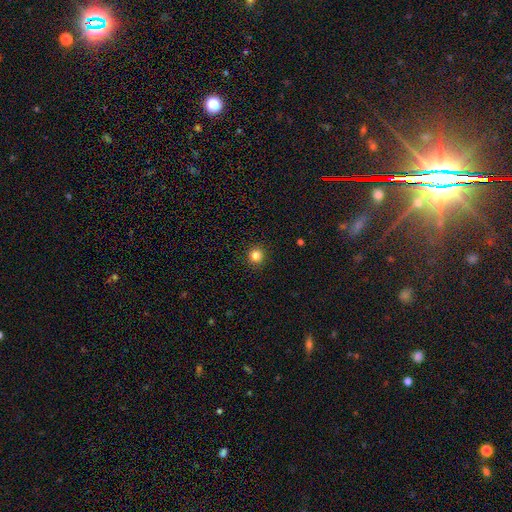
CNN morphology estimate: smooth_or_featured: smooth (p=0.83) [alt: star or artifact p=0.12]
how_rounded: round (p=0.94) [alt: in between p=0.05]
merging: none (p=0.93) [alt: minor disturbance p=0.05]